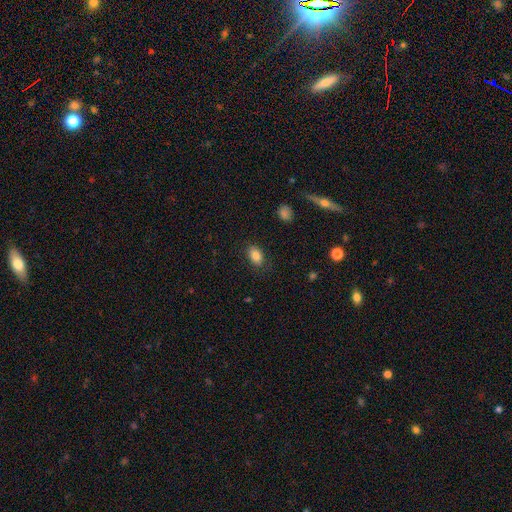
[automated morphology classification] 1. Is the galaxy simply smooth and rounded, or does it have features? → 85% smooth, 9% star or artifact, 7% featured or disk.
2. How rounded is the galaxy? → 85% in between, 13% round, 1% cigar-shaped.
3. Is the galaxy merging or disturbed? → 80% none, 15% minor disturbance, 4% major disturbance, 1% merger.